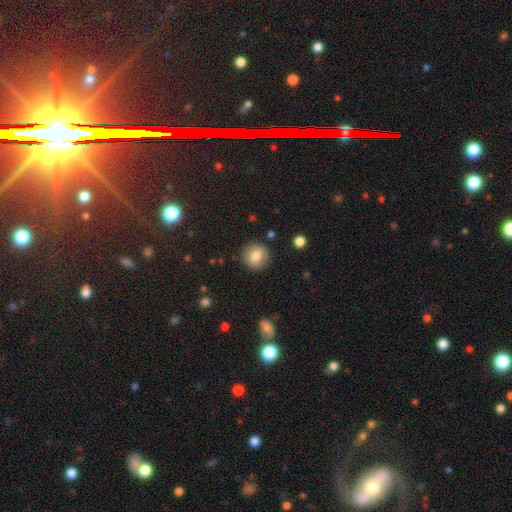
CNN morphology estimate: smooth-or-featured: smooth: 79% | featured or disk: 12% | star or artifact: 9%
  how-rounded: round: 91% | in between: 8% | cigar-shaped: 1%
  merging: none: 89% | minor disturbance: 7% | major disturbance: 2% | merger: 1%